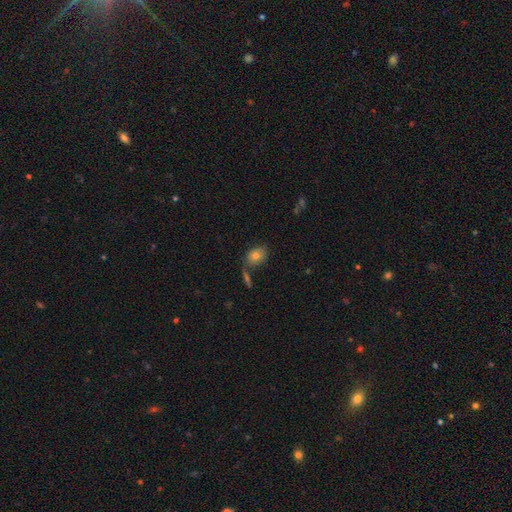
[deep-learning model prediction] The model was most divided on "how rounded": in between: 68%, round: 30%, cigar-shaped: 2%. More confident: smooth or featured — smooth (76%); merging — none (66%).